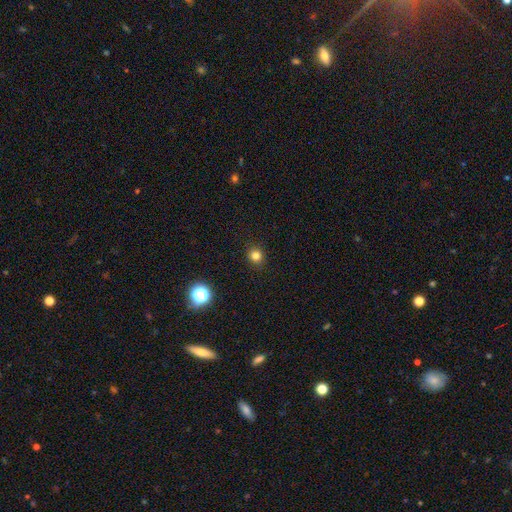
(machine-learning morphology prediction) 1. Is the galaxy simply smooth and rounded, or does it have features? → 80% smooth, 15% star or artifact, 5% featured or disk.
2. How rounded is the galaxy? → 88% round, 11% in between, 1% cigar-shaped.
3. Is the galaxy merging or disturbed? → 92% none, 6% minor disturbance, 2% major disturbance, 1% merger.